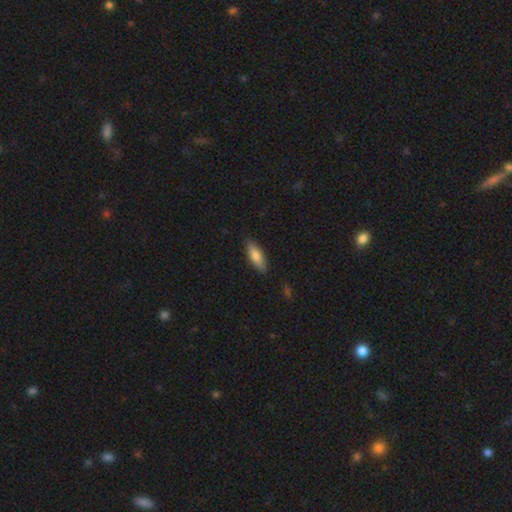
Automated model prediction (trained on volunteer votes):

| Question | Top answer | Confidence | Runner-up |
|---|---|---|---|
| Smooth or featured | smooth | 76% | featured or disk (18%) |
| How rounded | in between | 58% | cigar-shaped (40%) |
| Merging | none | 86% | minor disturbance (11%) |